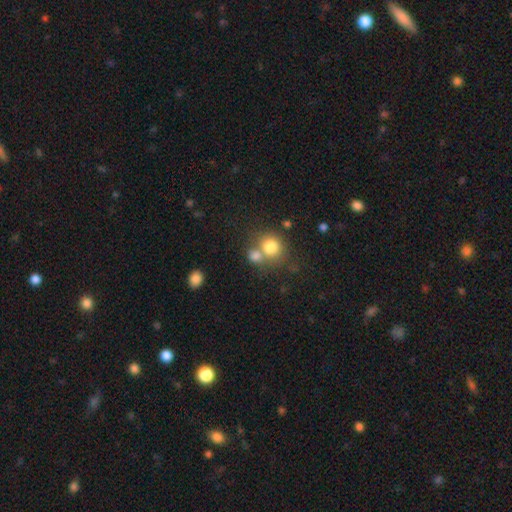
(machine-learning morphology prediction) A smooth galaxy with no disk features (79%) that is round (77%).

Vote fractions:
- Smooth or featured? smooth: 79% / star or artifact: 12% / featured or disk: 10%
- How rounded? round: 77% / in between: 22% / cigar-shaped: 1%
- Merging? merger: 44% / none: 43% / minor disturbance: 9% / major disturbance: 4%